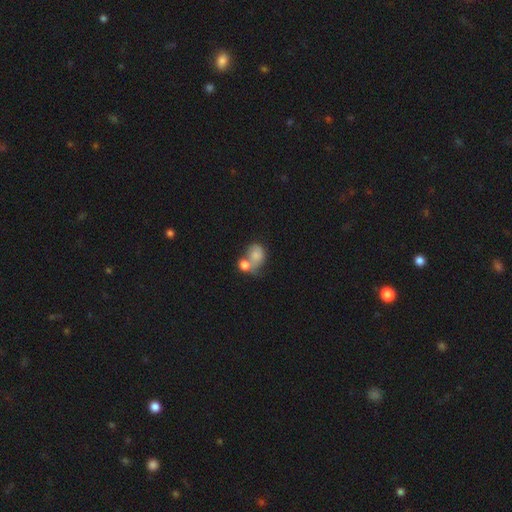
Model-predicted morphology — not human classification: A smooth galaxy with no disk features (77%) that is round (55%).

Vote fractions:
- Smooth or featured? smooth: 77% / featured or disk: 14% / star or artifact: 9%
- How rounded? round: 55% / in between: 44% / cigar-shaped: 1%
- Merging? merger: 57% / none: 23% / minor disturbance: 12% / major disturbance: 8%